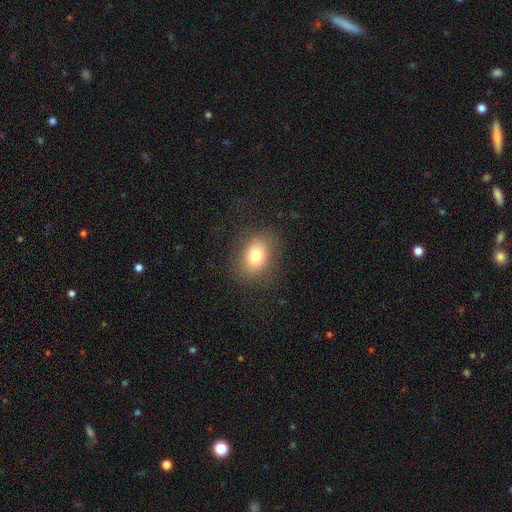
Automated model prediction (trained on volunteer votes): Smooth or featured?
  - smooth: 77% *
  - featured or disk: 12%
  - star or artifact: 11%
How rounded?
  - in between: 63% *
  - round: 36%
  - cigar-shaped: 1%
Merging?
  - none: 81% *
  - minor disturbance: 12%
  - major disturbance: 6%
  - merger: 1%